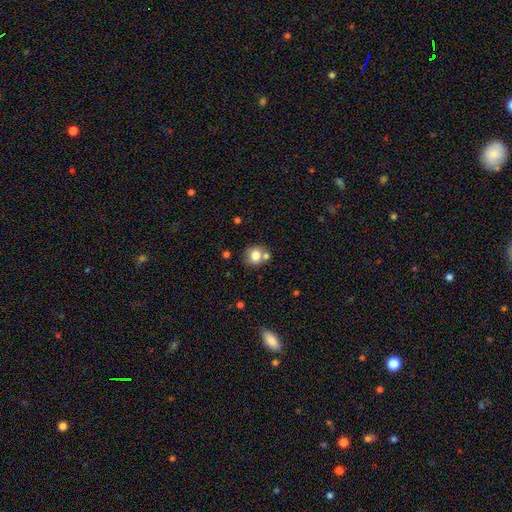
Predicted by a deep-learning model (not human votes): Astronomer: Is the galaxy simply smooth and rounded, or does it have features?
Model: smooth — 79%.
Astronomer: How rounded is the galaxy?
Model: round — 82%.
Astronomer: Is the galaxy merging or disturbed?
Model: none — 62%.